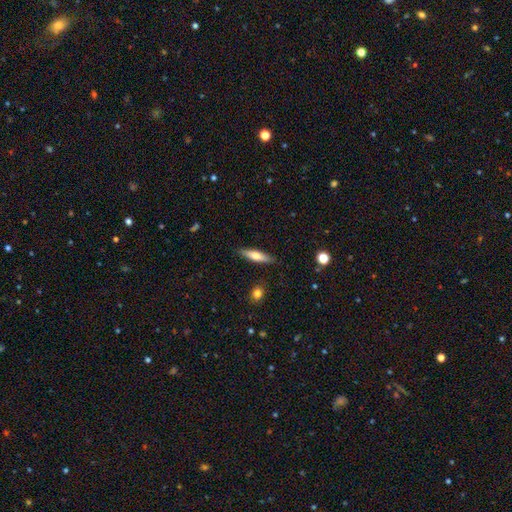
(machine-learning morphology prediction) Smooth or featured? smooth (59%)
How rounded? cigar-shaped (74%)
Merging? none (87%)